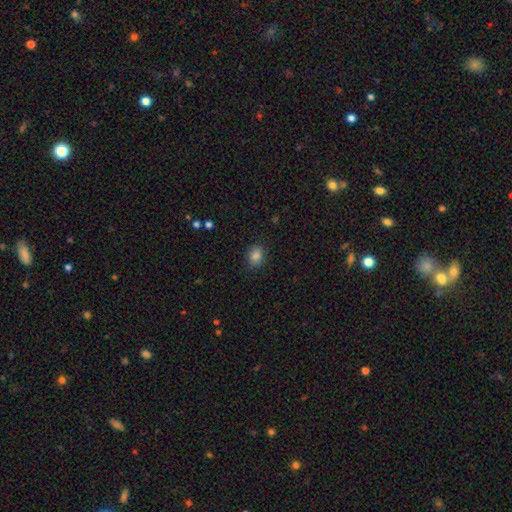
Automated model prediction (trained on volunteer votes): smooth-or-featured: smooth: 84% | star or artifact: 11% | featured or disk: 5%
  how-rounded: in between: 53% | round: 46% | cigar-shaped: 1%
  merging: none: 86% | minor disturbance: 10% | major disturbance: 3% | merger: 1%